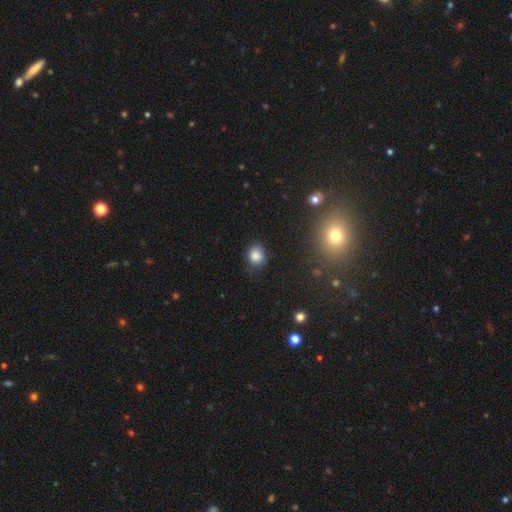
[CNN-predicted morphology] A smooth galaxy with no disk features (84%) that is round (62%). Merging: none (70%).